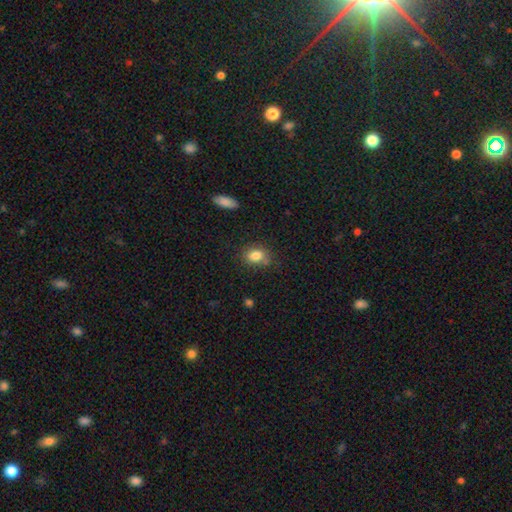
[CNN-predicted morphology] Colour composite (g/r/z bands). It shows a smooth galaxy with no disk features (83%) that is in between round and cigar-shaped (61%). Merging: none (72%).